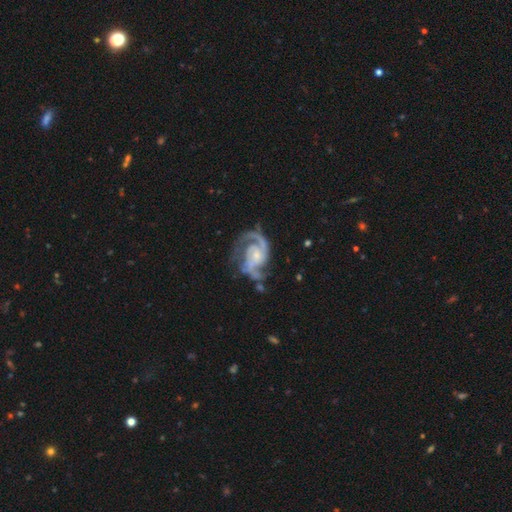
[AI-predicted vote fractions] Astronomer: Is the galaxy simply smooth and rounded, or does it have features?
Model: featured or disk — 91%.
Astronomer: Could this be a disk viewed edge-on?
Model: no — 98%.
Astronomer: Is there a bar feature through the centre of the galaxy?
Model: no — 54% (runner-up: weak, 36%).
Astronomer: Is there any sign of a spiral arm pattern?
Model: yes — 98%.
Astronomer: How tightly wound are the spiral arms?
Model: medium — 53% (runner-up: tight, 31%).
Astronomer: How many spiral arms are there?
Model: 2 — 80%.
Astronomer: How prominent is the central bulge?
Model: small — 50% (runner-up: moderate, 32%).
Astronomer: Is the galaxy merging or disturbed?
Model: none — 58%.